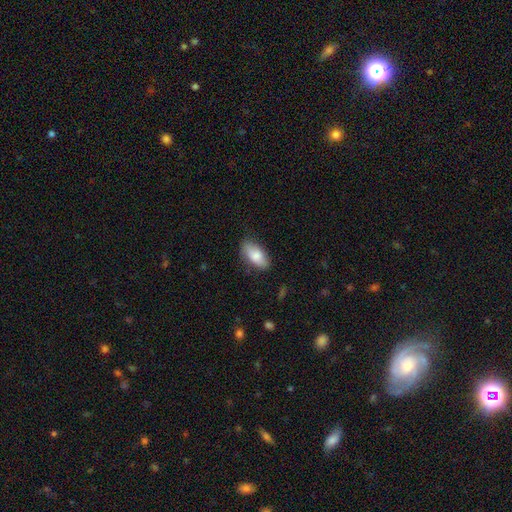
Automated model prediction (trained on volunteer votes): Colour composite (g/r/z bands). It shows a smooth galaxy with no disk features (81%) that is in between round and cigar-shaped (89%). Merging: none (78%).